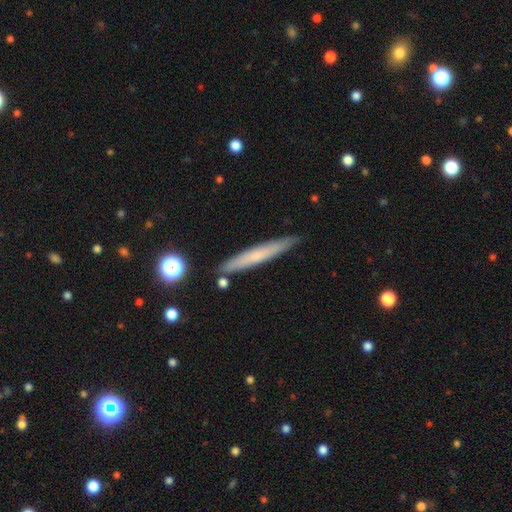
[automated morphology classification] smooth 56%, featured or disk 37%, star or artifact 7%. Down the decision tree: how rounded — cigar-shaped (95%); merging — none (87%).